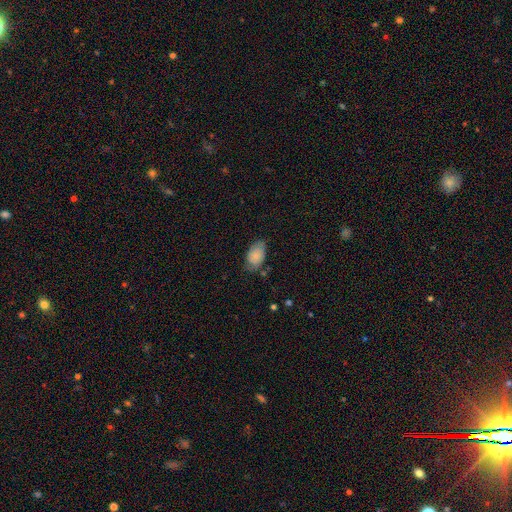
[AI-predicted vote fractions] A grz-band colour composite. It shows a smooth galaxy with no disk features (79%) that is in between round and cigar-shaped (92%). Merging: none (63%).